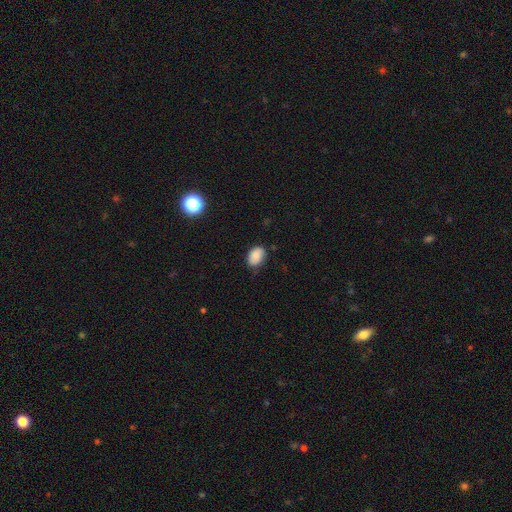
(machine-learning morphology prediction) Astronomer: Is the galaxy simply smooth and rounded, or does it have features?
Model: smooth — 85%.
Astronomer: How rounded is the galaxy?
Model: in between — 80%.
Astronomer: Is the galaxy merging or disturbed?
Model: none — 72%.